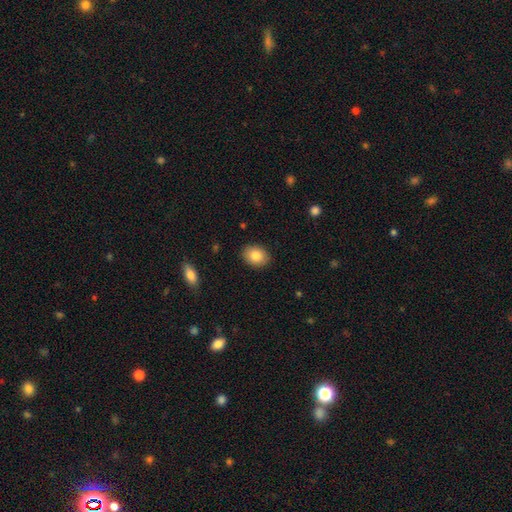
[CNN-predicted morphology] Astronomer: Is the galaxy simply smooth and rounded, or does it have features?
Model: smooth — 84%.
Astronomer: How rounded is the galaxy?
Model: in between — 66%.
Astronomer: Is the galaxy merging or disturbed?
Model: none — 89%.